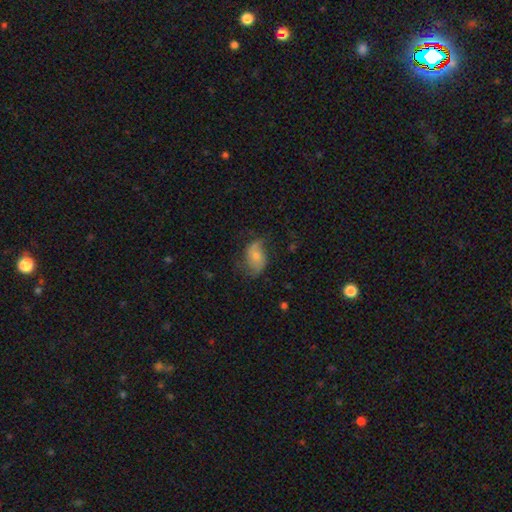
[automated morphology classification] A featured or disk galaxy (48%).

Vote fractions:
- Smooth or featured? featured or disk: 48% / smooth: 44% / star or artifact: 8%
- Merging? none: 52% / minor disturbance: 29% / major disturbance: 18% / merger: 2%